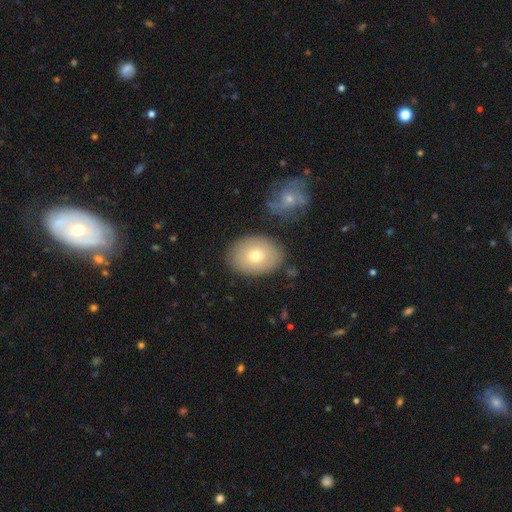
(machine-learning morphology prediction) Smooth or featured: smooth — 71% (featured or disk — 20%)
How rounded: in between — 66% (round — 34%)
Merging: none — 81% (minor disturbance — 11%)